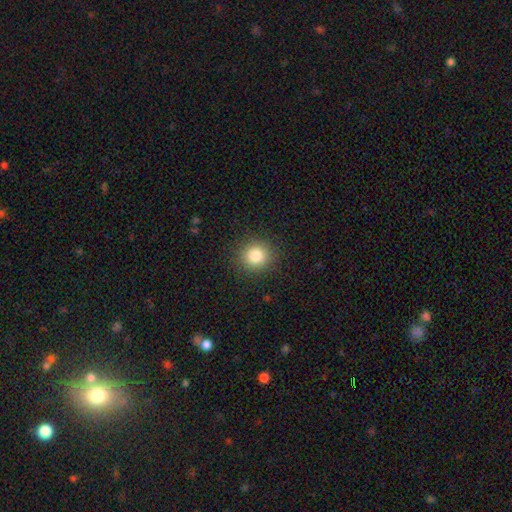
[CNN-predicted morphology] The model was most divided on "smooth or featured": smooth: 82%, star or artifact: 11%, featured or disk: 6%. More confident: how rounded — round (91%); merging — none (90%).